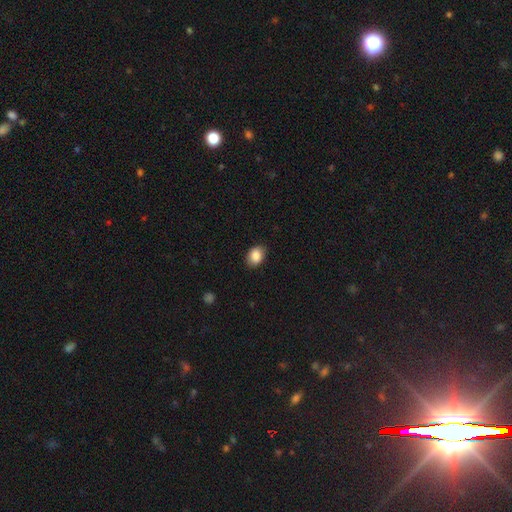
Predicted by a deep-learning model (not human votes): Q: Smooth or featured?
A: smooth (88%); runner-up: star or artifact (8%)
Q: How rounded?
A: in between (70%); runner-up: round (29%)
Q: Merging?
A: none (85%); runner-up: minor disturbance (12%)